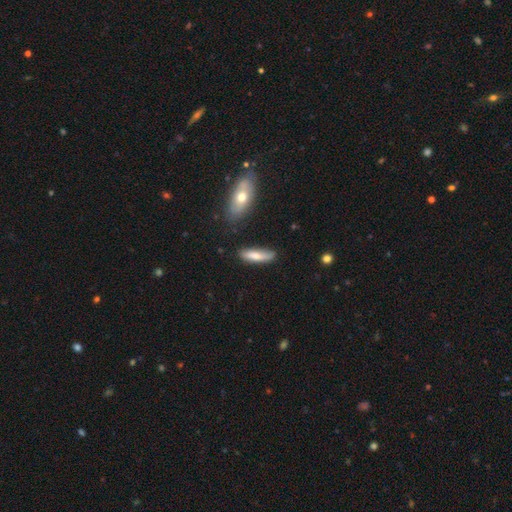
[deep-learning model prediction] This appears to be a smooth galaxy with no disk features (71%) that is cigar-shaped (65%). Merging: none (78%).